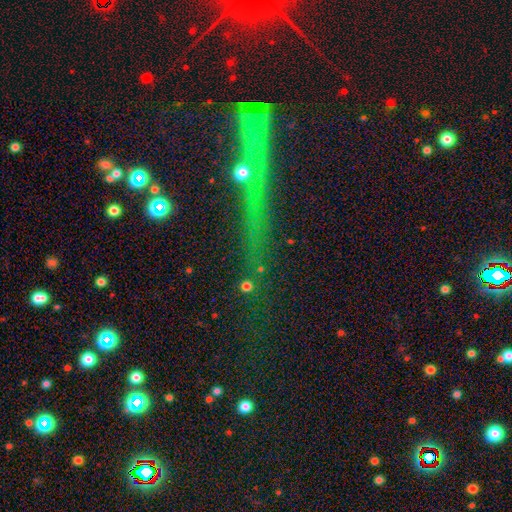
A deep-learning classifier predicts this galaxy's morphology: Smooth or featured? Predicted: star or artifact (p=0.55).